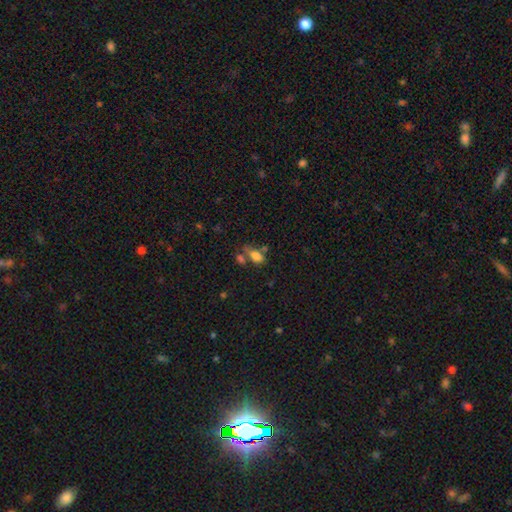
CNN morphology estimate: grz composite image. It shows a smooth galaxy with no disk features (75%) that is in between round and cigar-shaped (86%). Merging: none (41%).